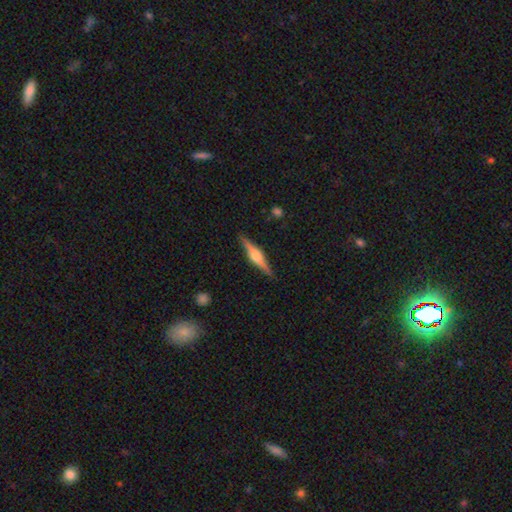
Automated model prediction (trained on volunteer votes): smooth_or_featured: featured or disk (p=0.74) [alt: smooth p=0.20]
disk_edge_on: yes (p=0.98) [alt: no p=0.02]
edge_on_bulge: rounded (p=0.84) [alt: boxy p=0.13]
merging: none (p=0.90) [alt: minor disturbance p=0.07]